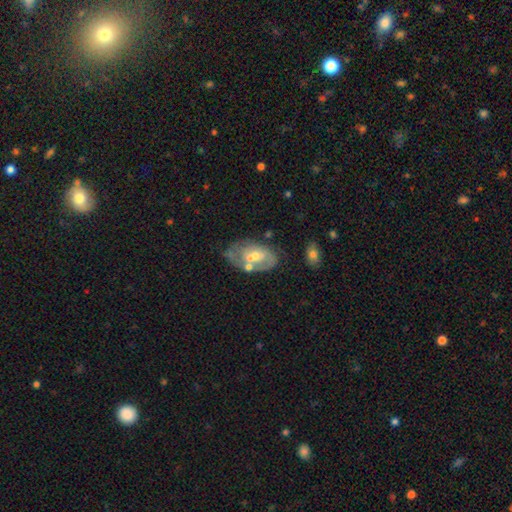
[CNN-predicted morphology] Smooth or featured? featured or disk (66%)
Edge-on disk? no (95%)
Bar? no (57%)
Spiral arms? yes (62%)
Bulge size? moderate (46%)
Merging? none (51%)